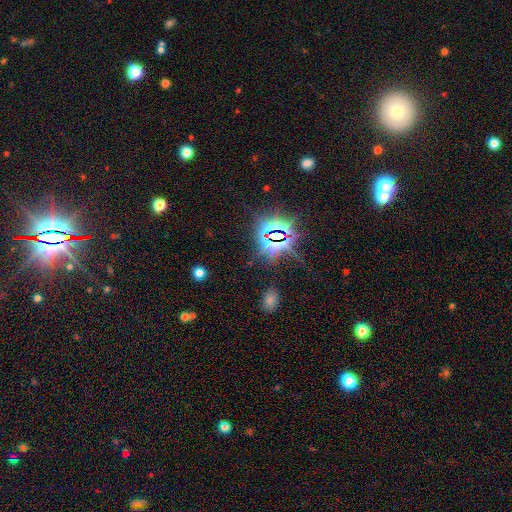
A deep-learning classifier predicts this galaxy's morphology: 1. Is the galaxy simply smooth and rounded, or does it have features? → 81% star or artifact, 11% smooth, 8% featured or disk.